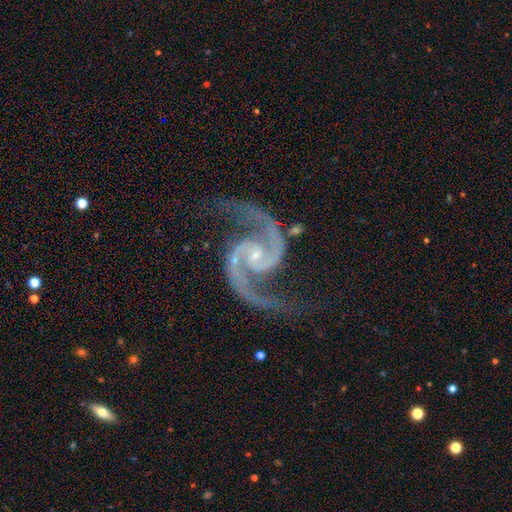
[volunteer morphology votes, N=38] This appears to be a featured or disk galaxy (95%) with no bar (57%), 2 (100%) medium (49%) spiral arms (100%) and a small central bulge (80%). Merging: none (84%).